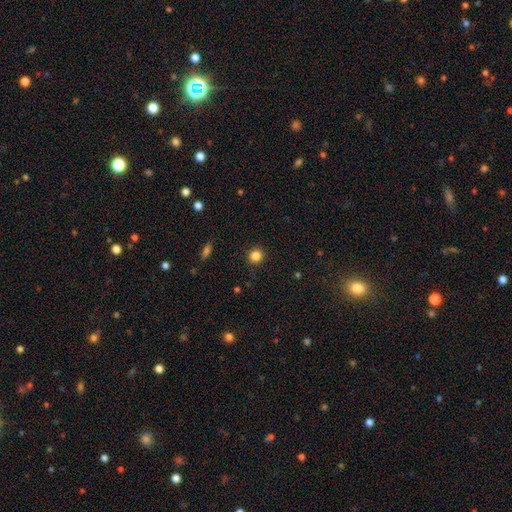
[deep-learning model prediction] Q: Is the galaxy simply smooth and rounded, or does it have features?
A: smooth — 84%.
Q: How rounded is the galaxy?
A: round — 90%.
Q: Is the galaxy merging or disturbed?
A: none — 90%.